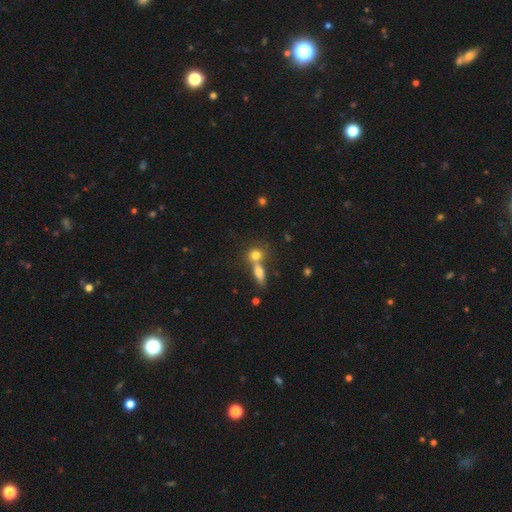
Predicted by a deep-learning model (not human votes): smooth_or_featured: smooth (p=0.76) [alt: featured or disk p=0.14]
how_rounded: round (p=0.60) [alt: in between p=0.34]
merging: merger (p=0.50) [alt: none p=0.39]